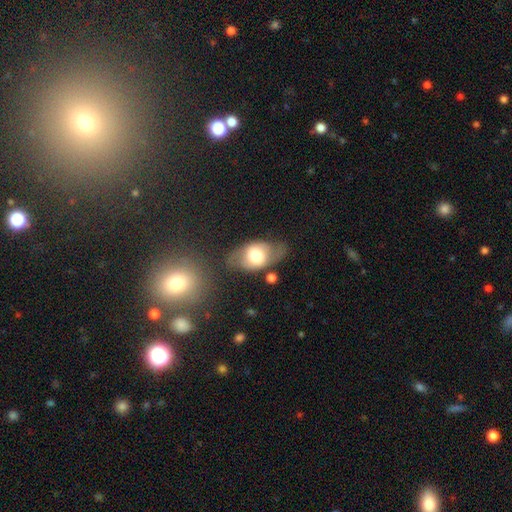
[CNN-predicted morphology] This is possibly a smooth galaxy (58%). How rounded: clearly in between (85%). Merging: possibly none (58%).